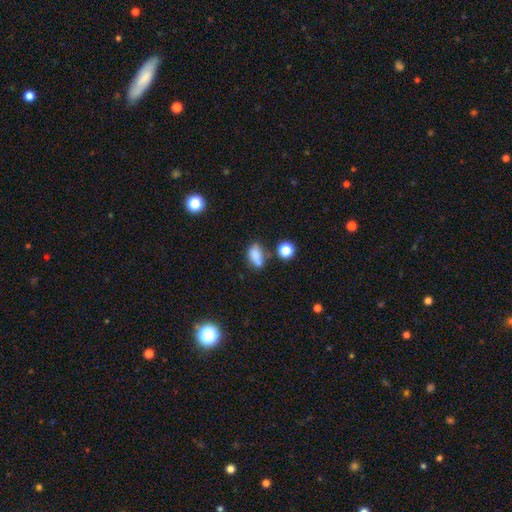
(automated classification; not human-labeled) Smooth or featured?
  - smooth: 76% *
  - featured or disk: 12%
  - star or artifact: 12%
How rounded?
  - in between: 79% *
  - round: 16%
  - cigar-shaped: 4%
Merging?
  - none: 45% *
  - merger: 25%
  - minor disturbance: 21%
  - major disturbance: 8%